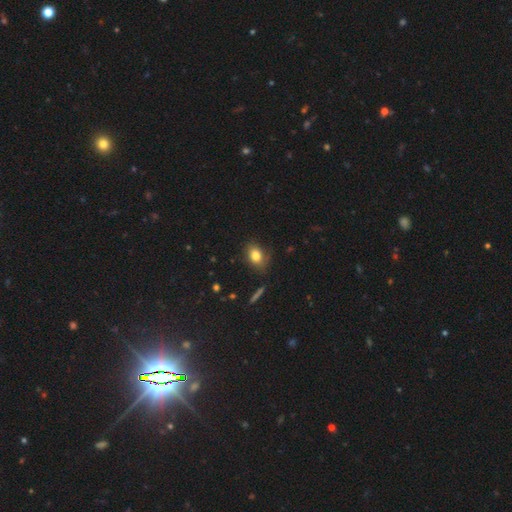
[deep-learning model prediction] A smooth galaxy with no disk features (80%) that is in between round and cigar-shaped (69%). Merging: none (77%).